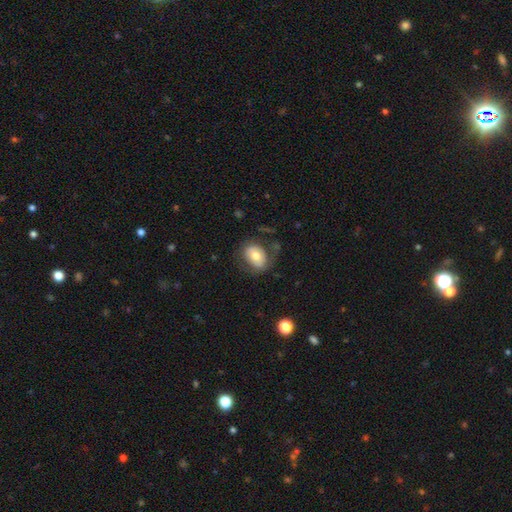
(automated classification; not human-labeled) Smooth or featured?
  - smooth: 63% *
  - featured or disk: 30%
  - star or artifact: 7%
How rounded?
  - in between: 66% *
  - round: 33%
  - cigar-shaped: 1%
Merging?
  - none: 62% *
  - minor disturbance: 21%
  - major disturbance: 14%
  - merger: 3%